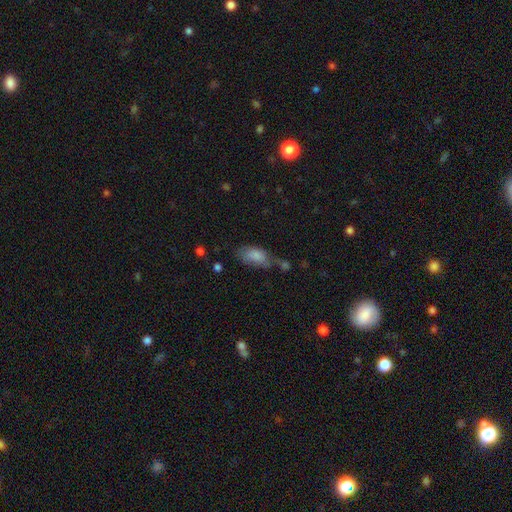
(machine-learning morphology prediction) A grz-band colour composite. It shows a smooth galaxy with no disk features (81%) that is in between round and cigar-shaped (91%). Merging: none (39%).